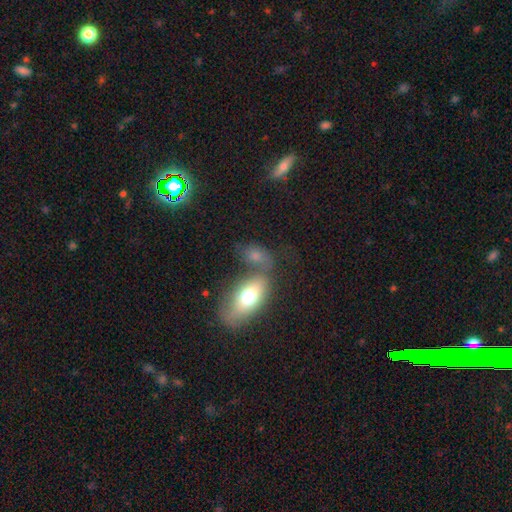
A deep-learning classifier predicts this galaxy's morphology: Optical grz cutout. It shows a smooth galaxy with no disk features (67%) that is in between round and cigar-shaped (81%). Merging: none (40%).